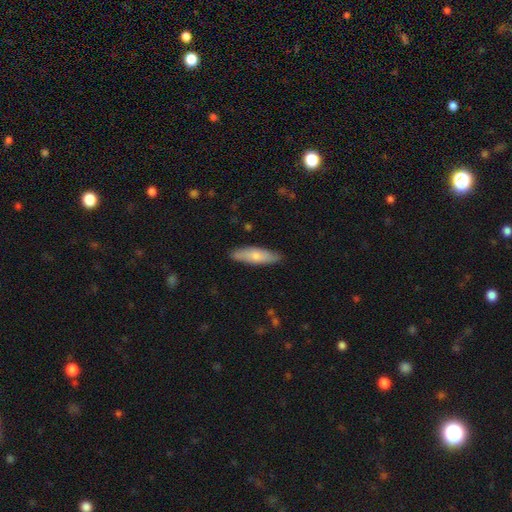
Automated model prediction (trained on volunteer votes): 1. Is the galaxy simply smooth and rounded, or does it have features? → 68% smooth, 27% featured or disk, 5% star or artifact.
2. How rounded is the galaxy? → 62% cigar-shaped, 36% in between, 2% round.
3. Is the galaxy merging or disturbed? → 86% none, 11% minor disturbance, 2% major disturbance, 1% merger.